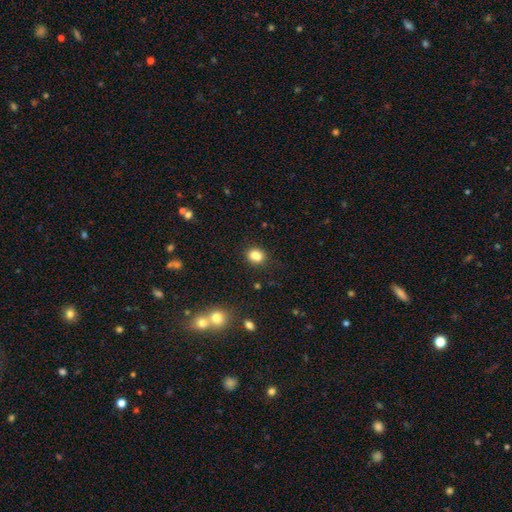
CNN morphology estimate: Smooth or featured? smooth (85%)
How rounded? round (51%)
Merging? none (82%)